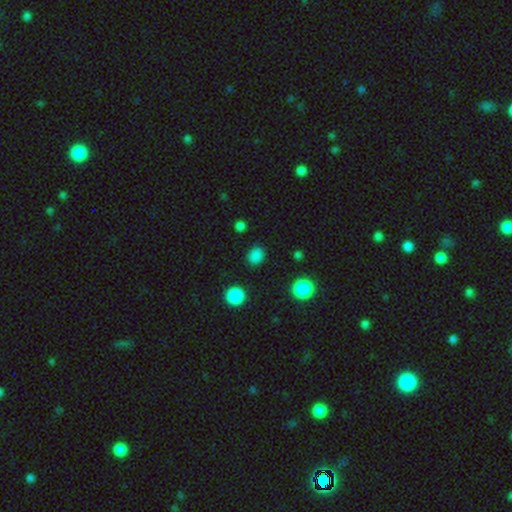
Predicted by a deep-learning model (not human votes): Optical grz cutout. It shows a smooth galaxy with no disk features (83%) that is round (70%). Merging: none (87%).